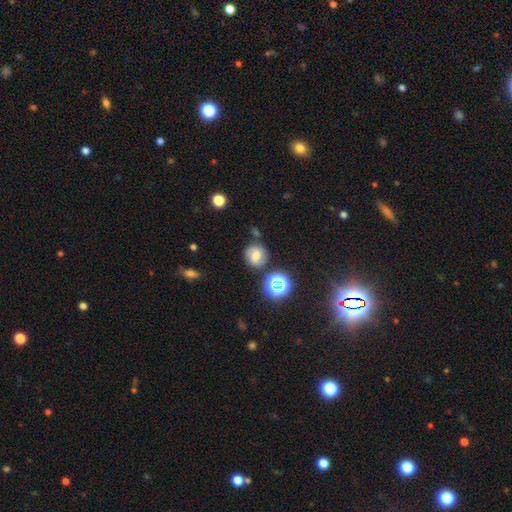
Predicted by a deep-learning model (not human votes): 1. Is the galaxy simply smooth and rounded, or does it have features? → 51% smooth, 30% featured or disk, 19% star or artifact.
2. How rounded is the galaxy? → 86% round, 13% in between, 1% cigar-shaped.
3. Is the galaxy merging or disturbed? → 77% none, 13% minor disturbance, 7% merger, 4% major disturbance.